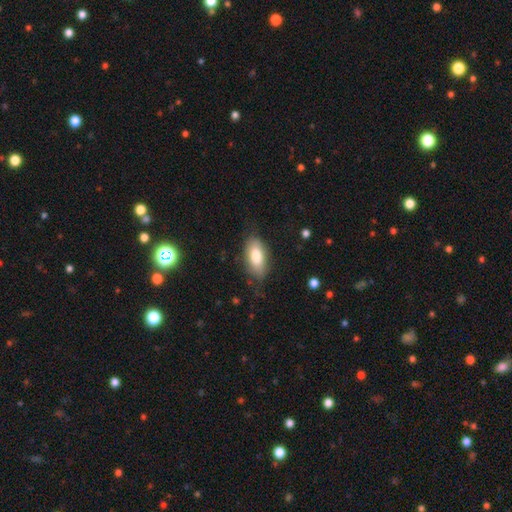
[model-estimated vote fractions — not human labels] Overall: smooth (78%). How rounded: in between (90%). Merging: none (72%).